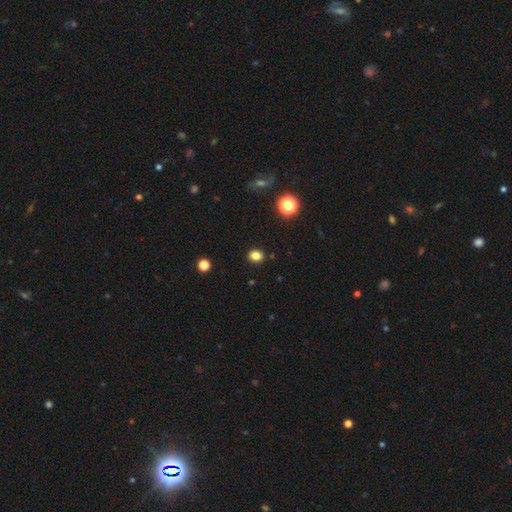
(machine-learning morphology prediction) smooth 82%, star or artifact 13%, featured or disk 4%. Down the decision tree: how rounded — round (62%); merging — none (90%).